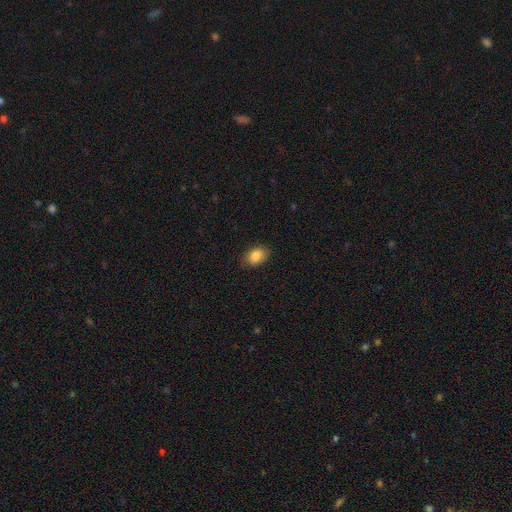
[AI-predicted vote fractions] Overall: smooth (85%). How rounded: in between (85%). Merging: none (82%).